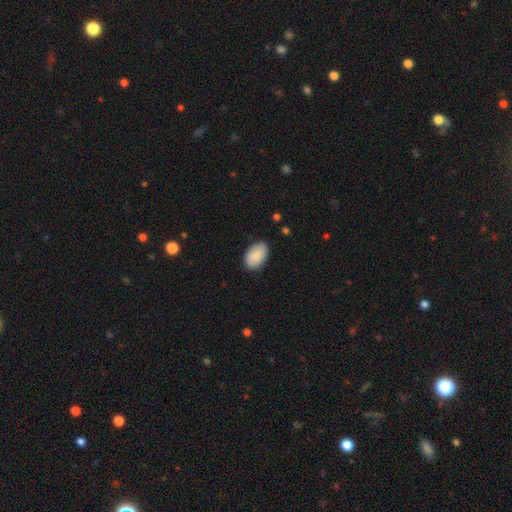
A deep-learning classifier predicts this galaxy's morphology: A smooth galaxy with no disk features (87%) that is in between round and cigar-shaped (93%). Merging: none (84%).